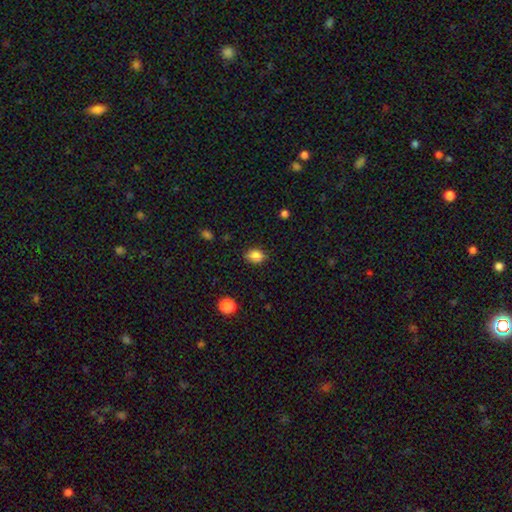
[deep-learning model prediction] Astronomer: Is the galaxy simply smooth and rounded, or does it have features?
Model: smooth — 85%.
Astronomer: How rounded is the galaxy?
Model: in between — 70%.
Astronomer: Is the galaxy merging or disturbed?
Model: none — 81%.